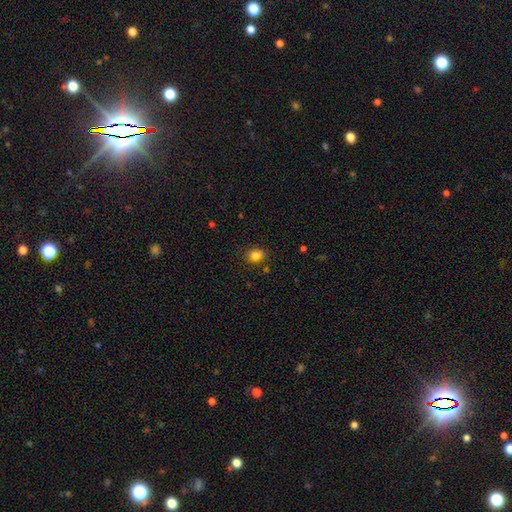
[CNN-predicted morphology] A smooth galaxy with no disk features (81%) that is in between round and cigar-shaped (62%).

Vote fractions:
- Smooth or featured? smooth: 81% / star or artifact: 13% / featured or disk: 6%
- How rounded? in between: 62% / round: 37% / cigar-shaped: 1%
- Merging? none: 78% / minor disturbance: 14% / merger: 5% / major disturbance: 3%